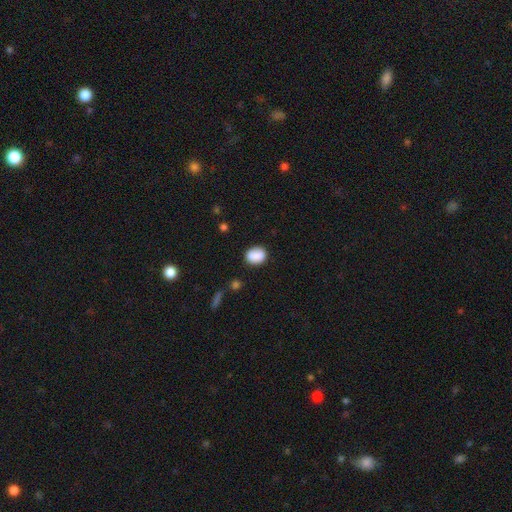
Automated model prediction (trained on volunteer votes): Q: Smooth or featured?
A: smooth (87%); runner-up: star or artifact (8%)
Q: How rounded?
A: in between (50%); runner-up: round (48%)
Q: Merging?
A: none (79%); runner-up: minor disturbance (14%)